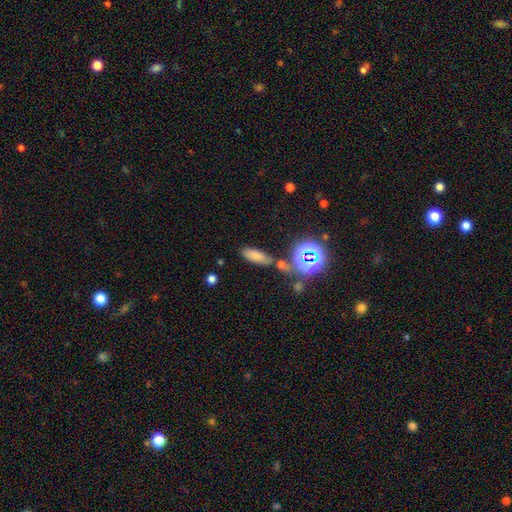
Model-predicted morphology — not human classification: Smooth or featured?
  - smooth: 71% *
  - star or artifact: 19%
  - featured or disk: 10%
How rounded?
  - in between: 63% *
  - cigar-shaped: 31%
  - round: 7%
Merging?
  - none: 70% *
  - minor disturbance: 13%
  - merger: 12%
  - major disturbance: 5%